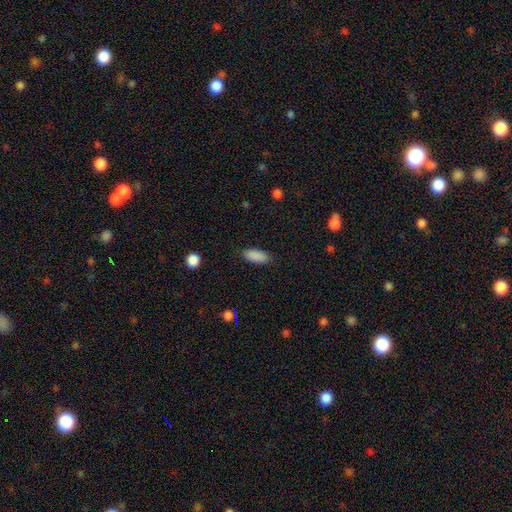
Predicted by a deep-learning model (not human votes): Smooth or featured? smooth (90%)
How rounded? in between (85%)
Merging? none (87%)